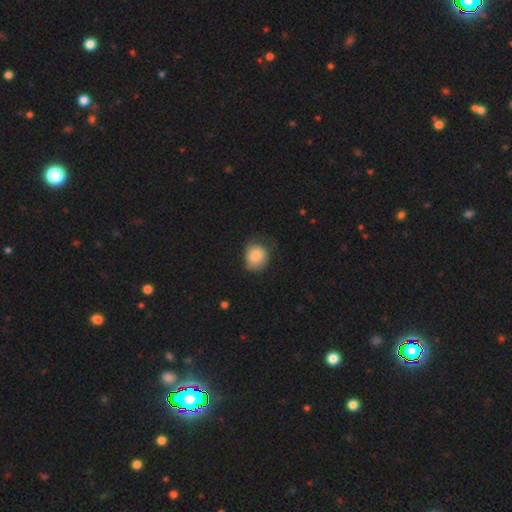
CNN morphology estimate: This appears to be a smooth galaxy with no disk features (84%) that is round (72%). Merging: none (59%).